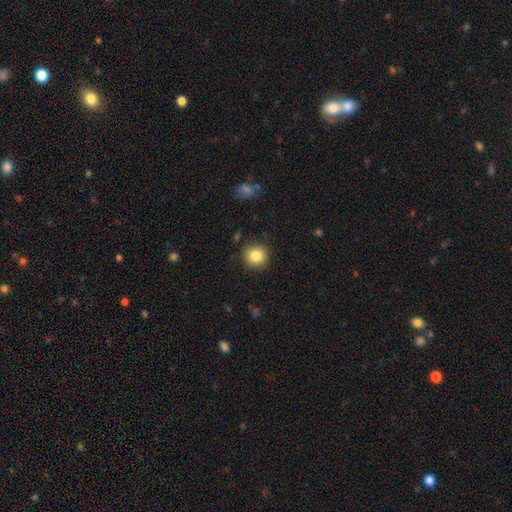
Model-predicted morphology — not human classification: smooth 85%, star or artifact 9%, featured or disk 6%. Down the decision tree: how rounded — round (89%); merging — none (89%).